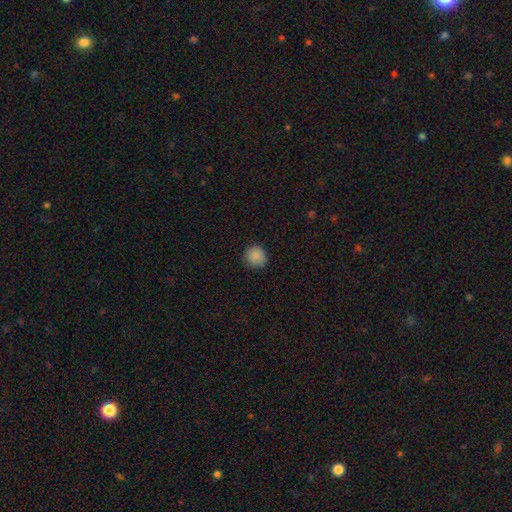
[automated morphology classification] This appears to be a smooth galaxy with no disk features (87%) that is round (90%). Merging: none (87%).